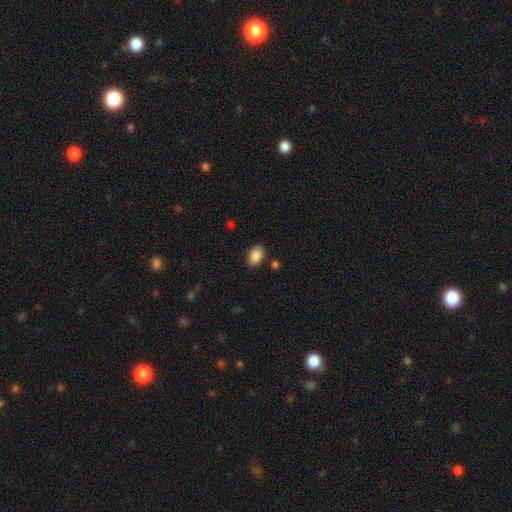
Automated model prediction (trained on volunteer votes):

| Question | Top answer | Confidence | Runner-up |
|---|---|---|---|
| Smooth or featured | smooth | 89% | star or artifact (7%) |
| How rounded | in between | 88% | round (10%) |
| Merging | none | 86% | minor disturbance (9%) |